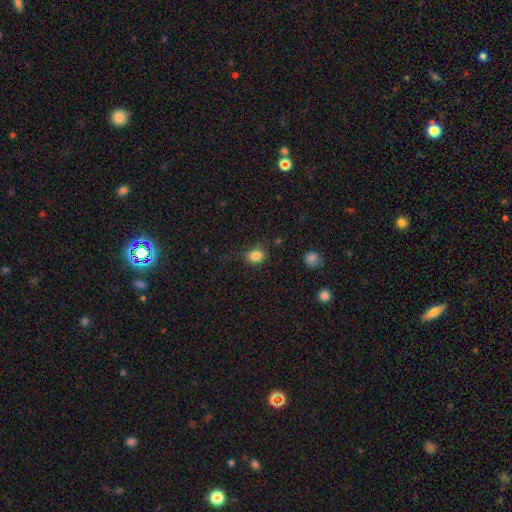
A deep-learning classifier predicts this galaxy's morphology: This is clearly a smooth galaxy (84%). How rounded: possibly in between (50%). Merging: likely none (75%).